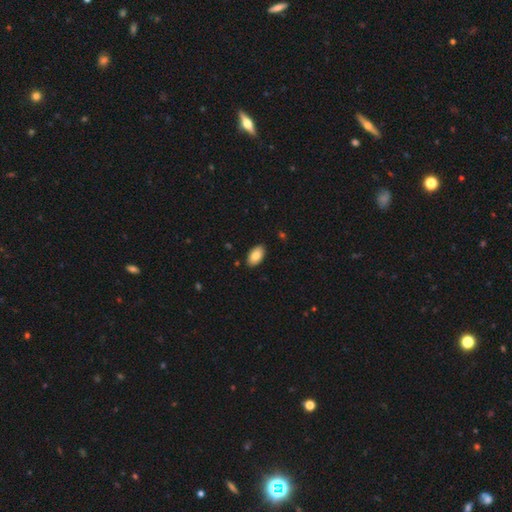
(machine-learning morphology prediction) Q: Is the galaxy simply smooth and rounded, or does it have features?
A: smooth — 85%.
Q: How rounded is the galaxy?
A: in between — 95%.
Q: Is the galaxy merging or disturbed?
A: none — 89%.